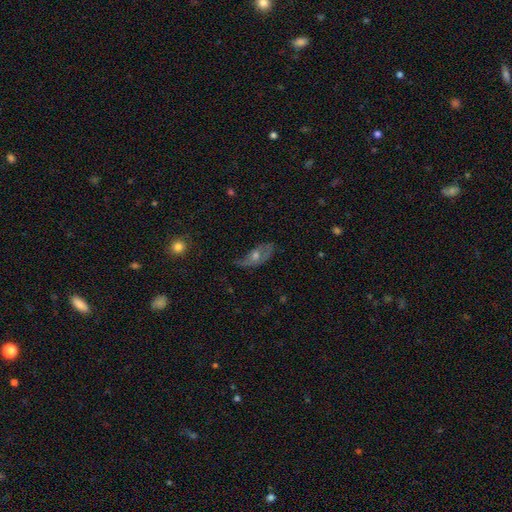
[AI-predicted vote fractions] Overall: featured or disk (56%; smooth 33%). Edge-on disk: no (81%). Merging: none (43%; minor disturbance 31%).